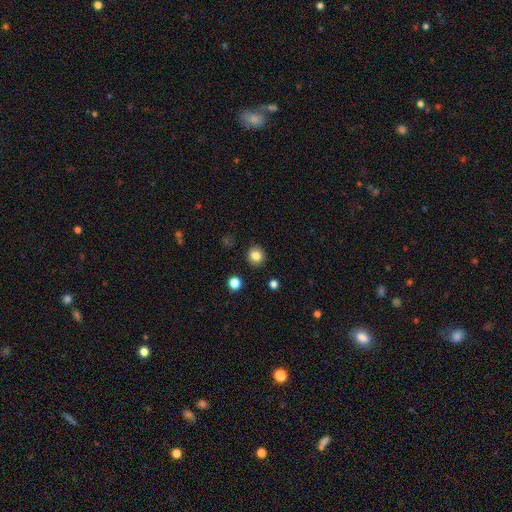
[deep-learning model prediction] Smooth or featured? smooth (83%)
How rounded? round (90%)
Merging? none (91%)